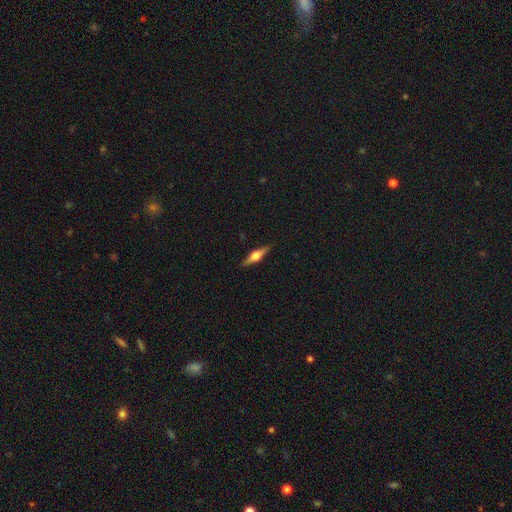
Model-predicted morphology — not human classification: featured or disk 68%, smooth 26%, star or artifact 6%. Down the decision tree: edge-on disk — yes (97%); edge-on bulge — rounded (93%); merging — none (90%).